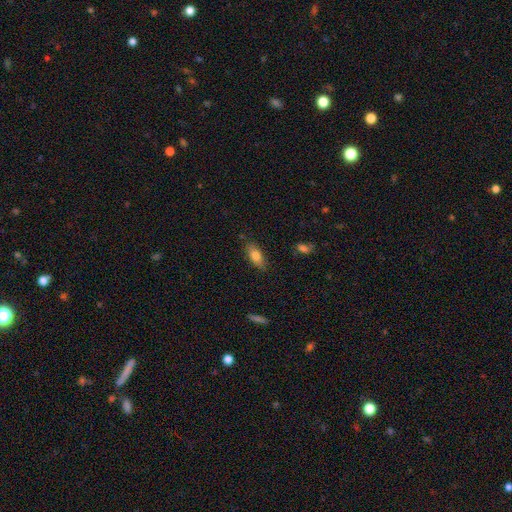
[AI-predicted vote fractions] A smooth galaxy with no disk features (76%) that is in between round and cigar-shaped (77%). Merging: none (81%).